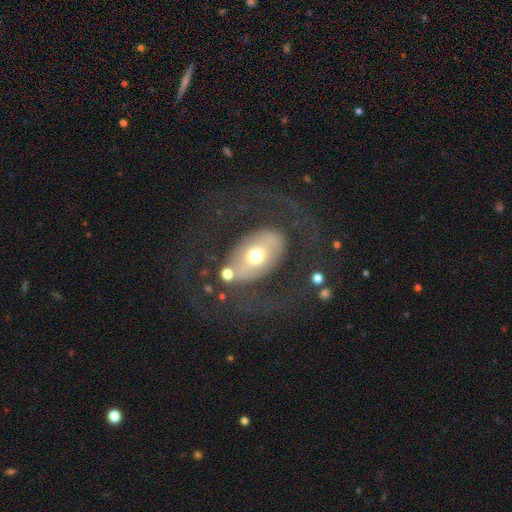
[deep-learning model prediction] Smooth or featured?
  - featured or disk: 52% *
  - smooth: 40%
  - star or artifact: 8%
Edge-on disk?
  - no: 91% *
  - yes: 9%
Merging?
  - none: 57% *
  - major disturbance: 23%
  - minor disturbance: 15%
  - merger: 5%